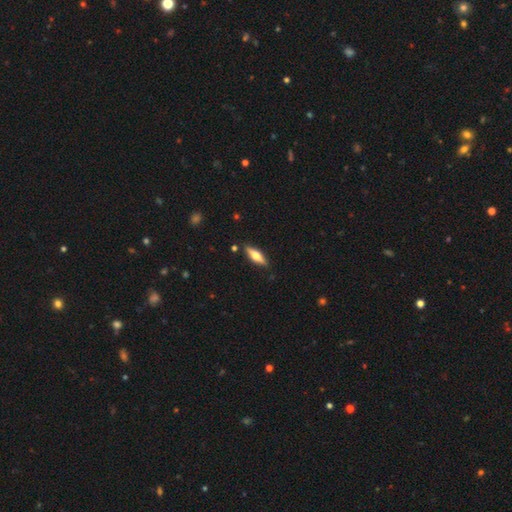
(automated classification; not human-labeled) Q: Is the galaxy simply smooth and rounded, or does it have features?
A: featured or disk — 48%.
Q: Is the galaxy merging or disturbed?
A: none — 87%.